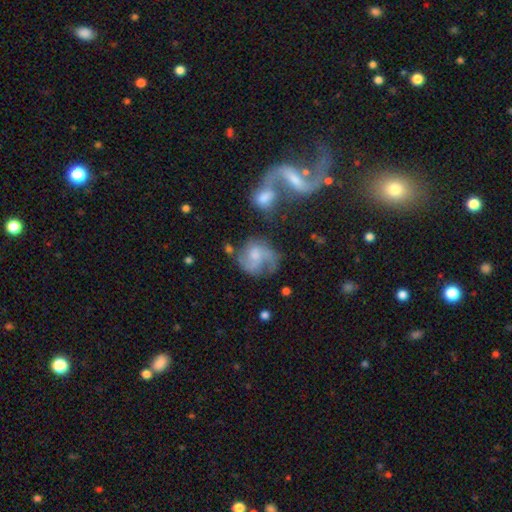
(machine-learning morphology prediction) smooth_or_featured: featured or disk (p=0.59) [alt: smooth p=0.32]
disk_edge_on: no (p=0.98) [alt: yes p=0.02]
bar: no (p=0.66) [alt: weak p=0.30]
has_spiral_arms: yes (p=0.78) [alt: no p=0.22]
bulge_size: small (p=0.39) [alt: moderate p=0.36]
merging: none (p=0.40) [alt: major disturbance p=0.25]